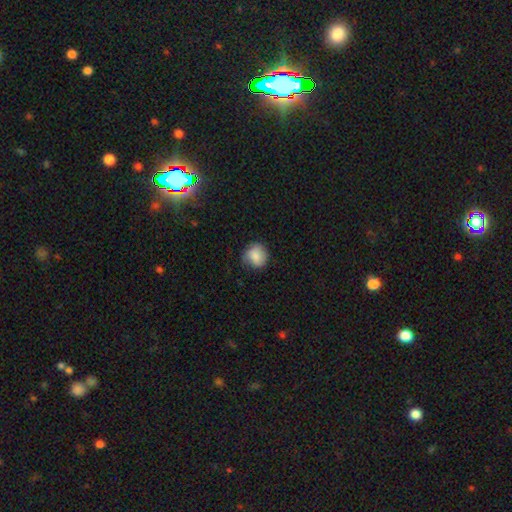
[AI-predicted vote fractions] Smooth or featured? Predicted: smooth (p=0.84). How rounded? Predicted: round (p=0.81). Merging? Predicted: none (p=0.72).